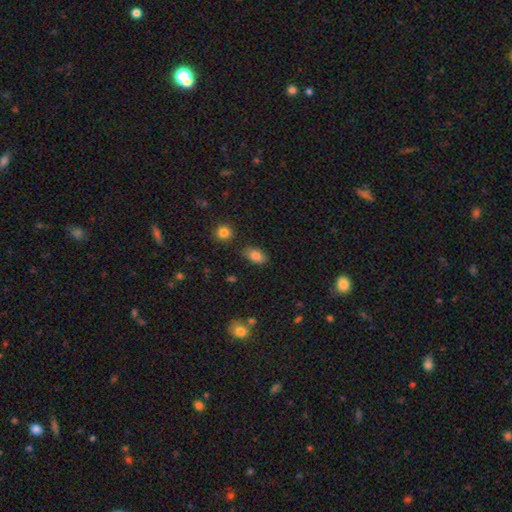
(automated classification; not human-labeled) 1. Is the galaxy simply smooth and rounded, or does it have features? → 84% smooth, 9% star or artifact, 7% featured or disk.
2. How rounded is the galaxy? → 90% in between, 7% round, 3% cigar-shaped.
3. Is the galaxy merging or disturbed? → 78% none, 15% minor disturbance, 3% major disturbance, 3% merger.